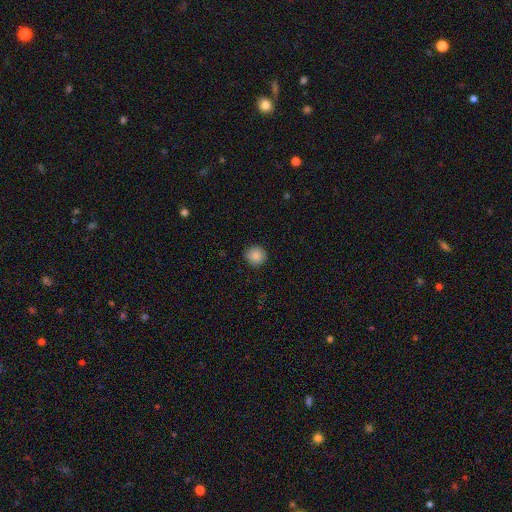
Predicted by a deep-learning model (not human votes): This appears to be a smooth galaxy with no disk features (87%) that is round (92%). Merging: none (88%).